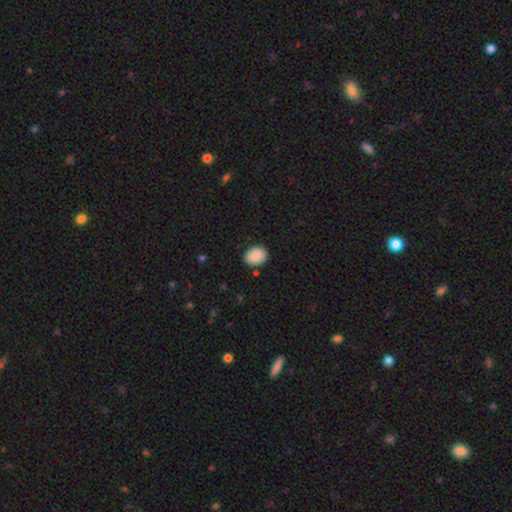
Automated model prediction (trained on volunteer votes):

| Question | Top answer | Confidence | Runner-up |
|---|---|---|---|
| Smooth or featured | smooth | 89% | star or artifact (7%) |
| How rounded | in between | 58% | round (41%) |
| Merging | none | 86% | minor disturbance (10%) |